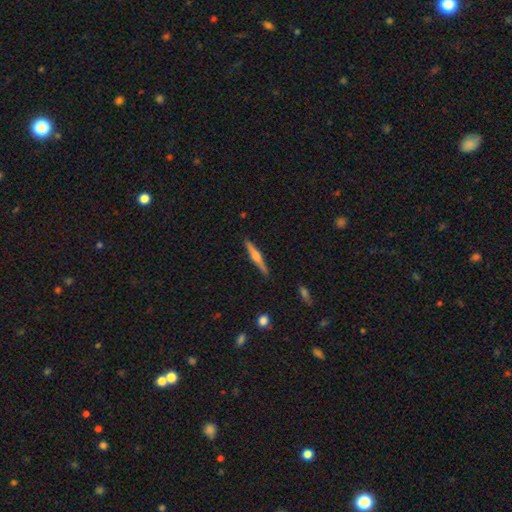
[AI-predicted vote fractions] Smooth or featured? featured or disk (69%)
Edge-on disk? yes (98%)
Edge-on bulge? rounded (89%)
Merging? none (90%)